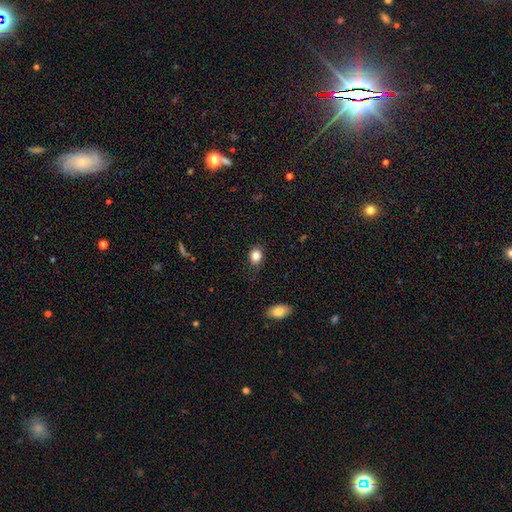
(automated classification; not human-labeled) smooth-or-featured: smooth: 83% | star or artifact: 11% | featured or disk: 7%
  how-rounded: round: 51% | in between: 48% | cigar-shaped: 1%
  merging: none: 78% | minor disturbance: 17% | major disturbance: 4% | merger: 1%